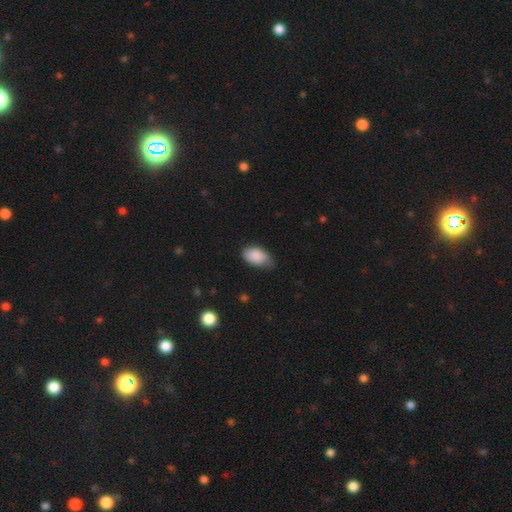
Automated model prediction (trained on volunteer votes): A smooth galaxy with no disk features (85%) that is in between round and cigar-shaped (92%). Merging: none (51%).